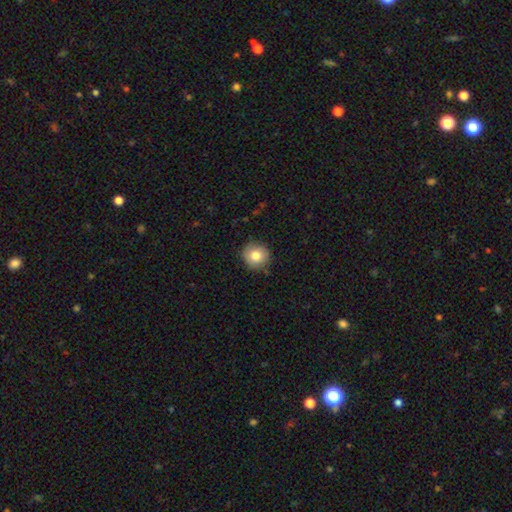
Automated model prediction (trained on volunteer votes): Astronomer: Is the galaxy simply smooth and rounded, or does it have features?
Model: smooth — 81%.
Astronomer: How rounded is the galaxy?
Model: round — 92%.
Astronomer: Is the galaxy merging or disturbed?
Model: none — 86%.